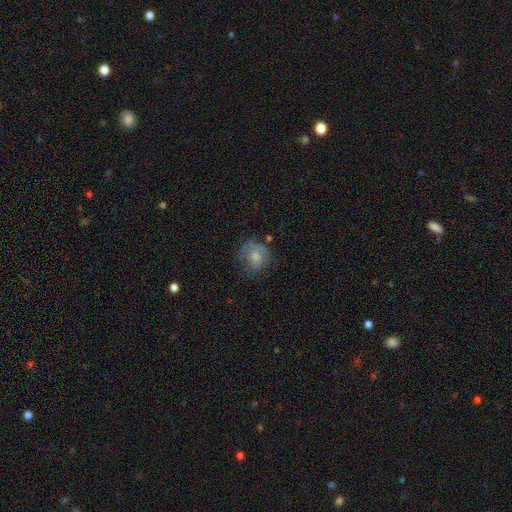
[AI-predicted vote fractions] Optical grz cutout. It shows a smooth galaxy with no disk features (57%) that is round (71%). Merging: none (45%).